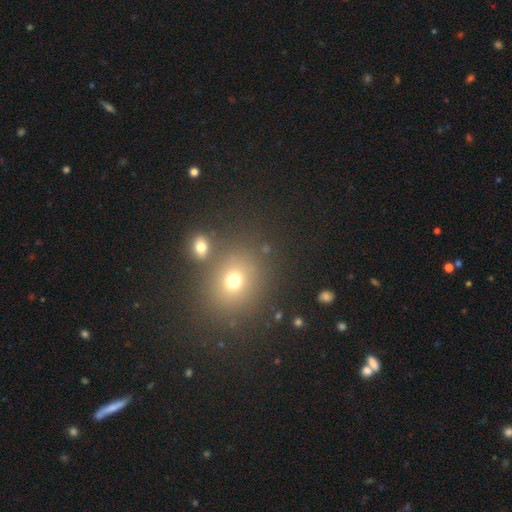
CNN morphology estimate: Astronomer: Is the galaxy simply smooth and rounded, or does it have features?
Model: smooth — 55% (runner-up: star or artifact, 36%).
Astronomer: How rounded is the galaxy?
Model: round — 76%.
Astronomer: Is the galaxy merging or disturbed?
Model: none — 81%.